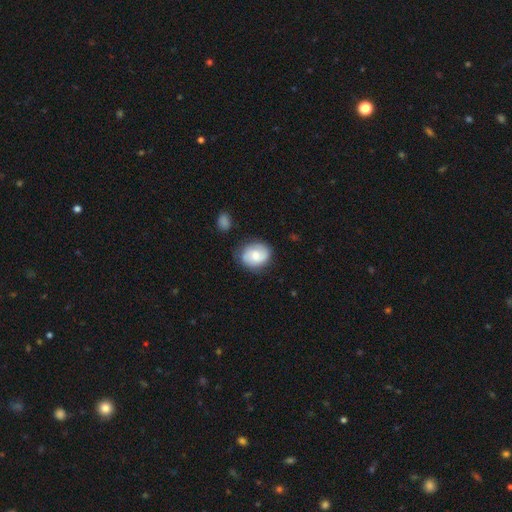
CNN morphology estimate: This is likely a smooth galaxy (62%). How rounded: possibly round (53%). Merging: likely none (71%).